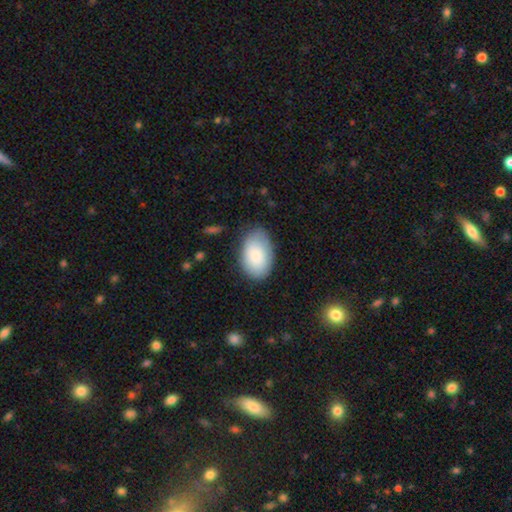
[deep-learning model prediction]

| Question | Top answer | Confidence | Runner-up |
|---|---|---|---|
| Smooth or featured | smooth | 85% | featured or disk (9%) |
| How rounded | in between | 92% | round (7%) |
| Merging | none | 75% | minor disturbance (19%) |